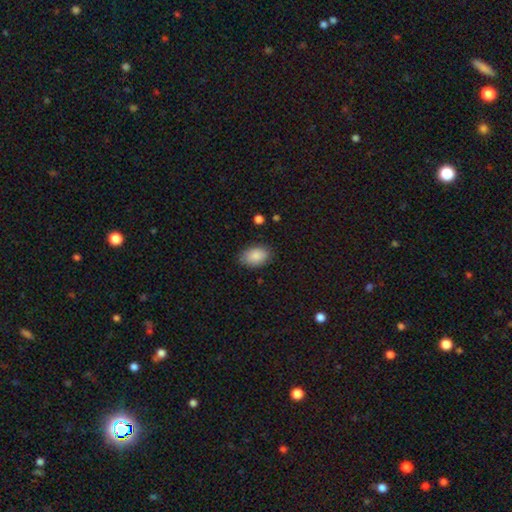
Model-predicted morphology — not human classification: This is clearly a smooth galaxy (89%). How rounded: clearly in between (88%). Merging: clearly none (83%).